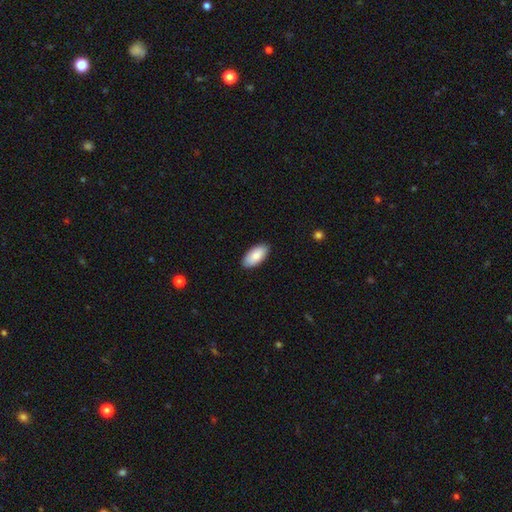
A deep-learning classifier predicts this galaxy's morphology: The model was most divided on "smooth or featured": smooth: 84%, featured or disk: 10%, star or artifact: 6%. More confident: how rounded — in between (95%); merging — none (89%).